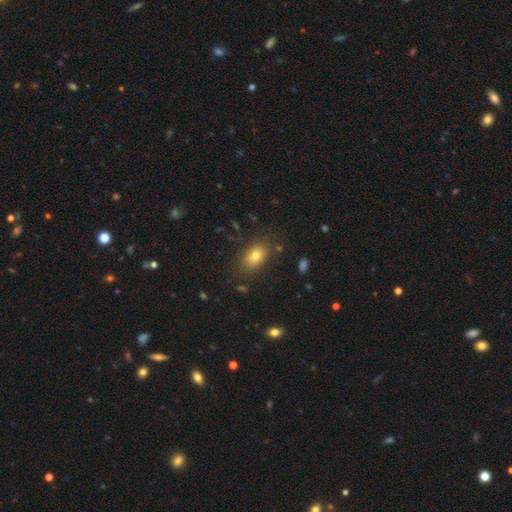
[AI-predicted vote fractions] This appears to be a smooth galaxy with no disk features (77%) that is in between round and cigar-shaped (79%). Merging: none (81%).